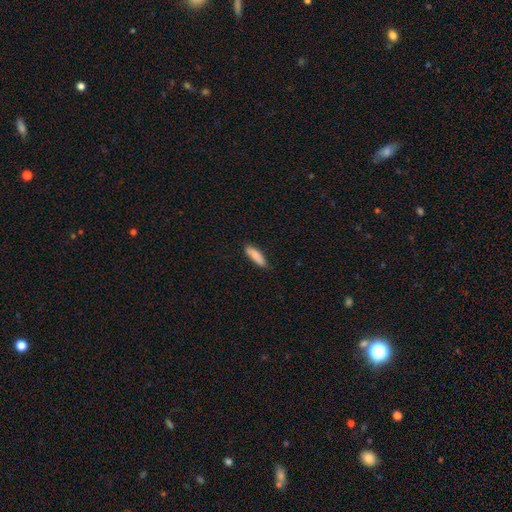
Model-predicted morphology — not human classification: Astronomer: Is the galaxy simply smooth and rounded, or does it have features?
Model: smooth — 85%.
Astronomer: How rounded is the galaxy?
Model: cigar-shaped — 62%.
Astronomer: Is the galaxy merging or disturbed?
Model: none — 85%.